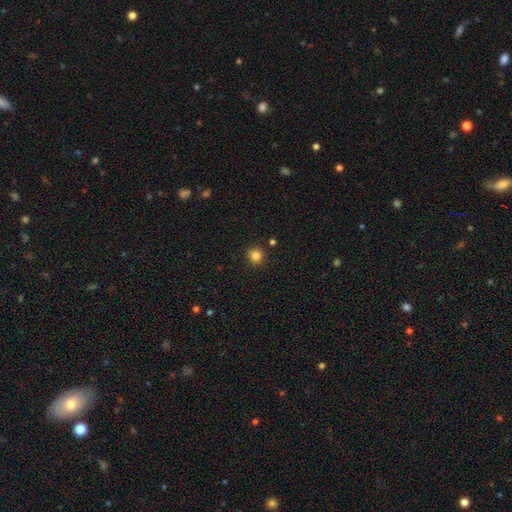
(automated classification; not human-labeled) This appears to be a smooth galaxy with no disk features (82%) that is round (93%). Merging: none (90%).